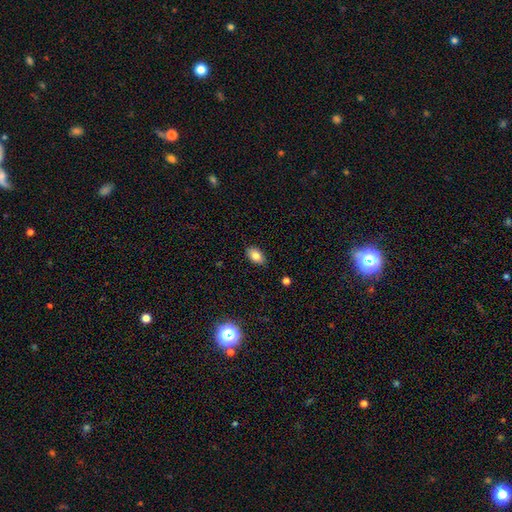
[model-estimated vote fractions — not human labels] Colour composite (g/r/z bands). It shows a smooth galaxy with no disk features (83%) that is in between round and cigar-shaped (90%). Merging: none (86%).